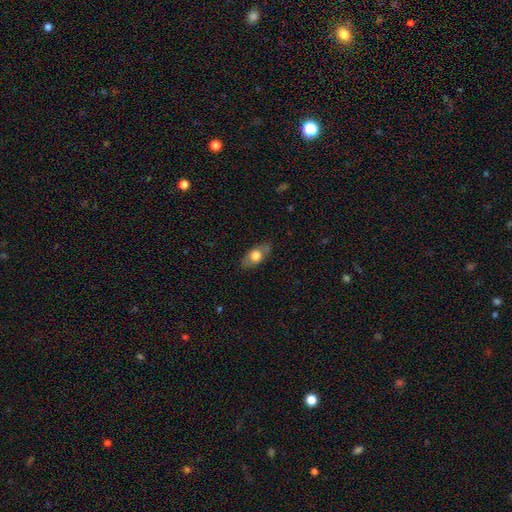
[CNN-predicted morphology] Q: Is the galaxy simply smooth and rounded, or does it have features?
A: smooth — 62%.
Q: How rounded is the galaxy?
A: in between — 85%.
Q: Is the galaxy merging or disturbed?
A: none — 80%.